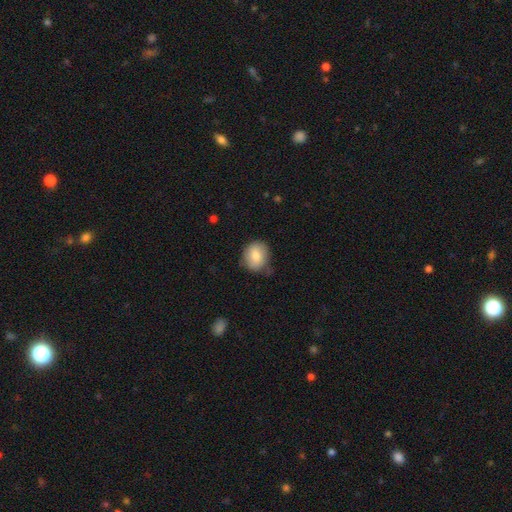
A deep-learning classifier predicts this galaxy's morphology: type=smooth (79%); roundness=round (70%); merging=none (73%).